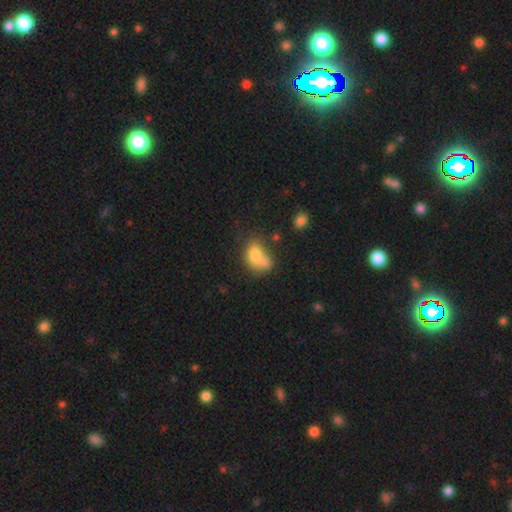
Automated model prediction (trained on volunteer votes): smooth 74%, featured or disk 16%, star or artifact 10%. Down the decision tree: how rounded — in between (78%); merging — merger (44%).